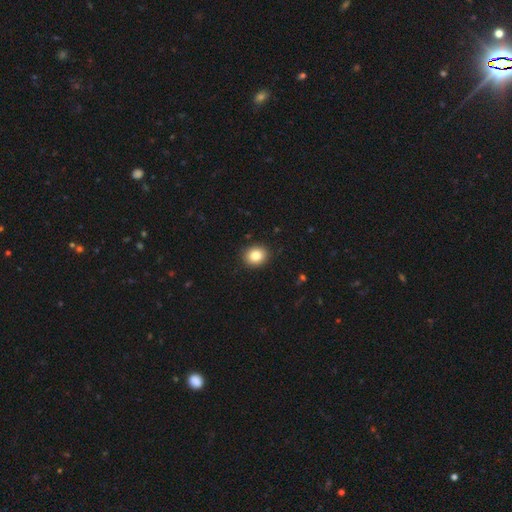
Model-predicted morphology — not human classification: A smooth galaxy with no disk features (84%) that is round (67%). Merging: none (90%).